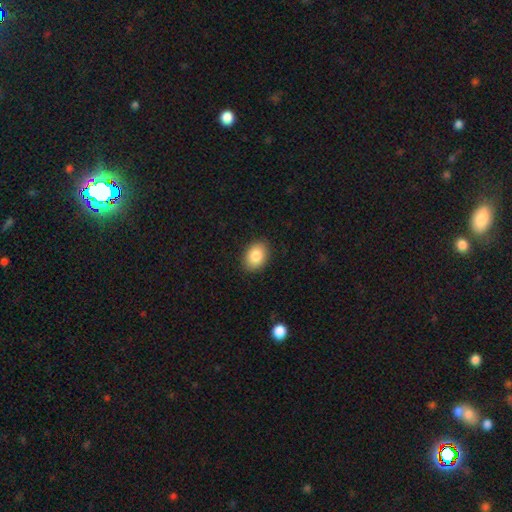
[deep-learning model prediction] Overall: smooth (85%). How rounded: in between (77%). Merging: none (89%).